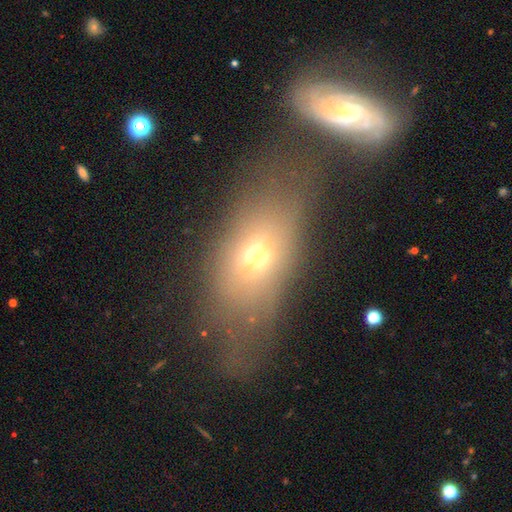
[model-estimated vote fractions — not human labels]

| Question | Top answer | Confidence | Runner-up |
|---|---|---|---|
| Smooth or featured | smooth | 47% | featured or disk (36%) |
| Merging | none | 54% | major disturbance (21%) |